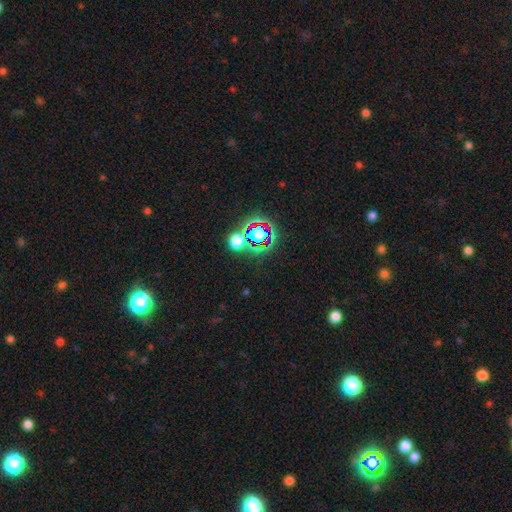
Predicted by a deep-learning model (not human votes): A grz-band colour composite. It shows a star or artifact, not a galaxy (73%).